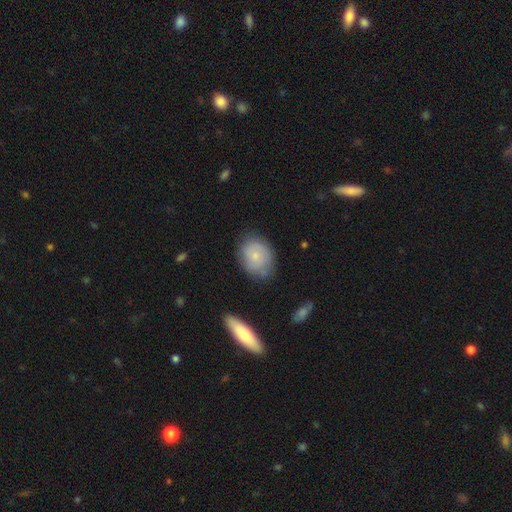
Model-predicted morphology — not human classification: A smooth galaxy with no disk features (66%) that is in between round and cigar-shaped (58%). Merging: none (71%).